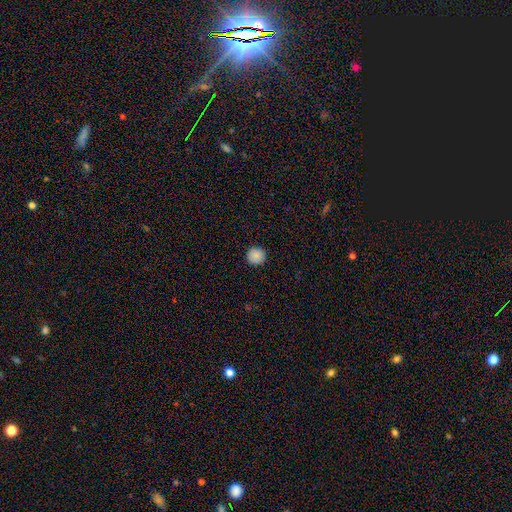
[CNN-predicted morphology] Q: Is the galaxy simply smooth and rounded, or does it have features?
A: smooth — 88%.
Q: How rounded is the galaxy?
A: round — 93%.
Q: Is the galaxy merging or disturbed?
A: none — 92%.